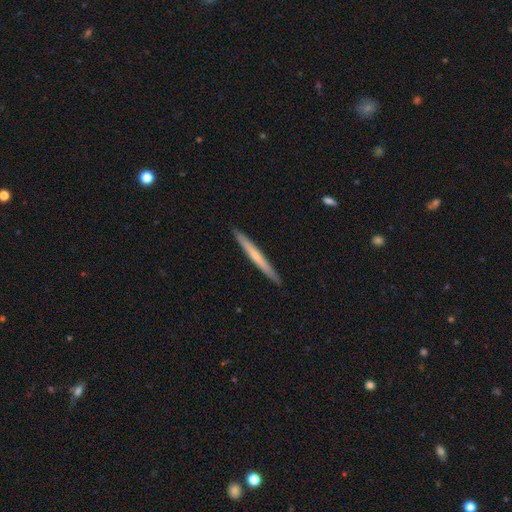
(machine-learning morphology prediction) featured or disk 53%, smooth 42%, star or artifact 5%. Down the decision tree: edge-on disk — yes (96%); edge-on bulge — none (53%); merging — none (91%).